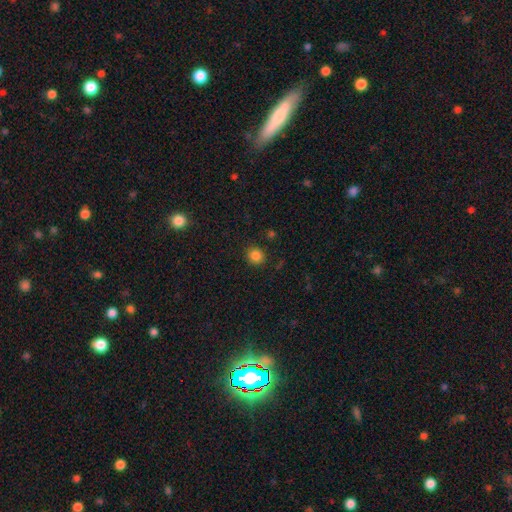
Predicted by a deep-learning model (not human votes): A smooth galaxy with no disk features (84%) that is round (87%).

Vote fractions:
- Smooth or featured? smooth: 84% / star or artifact: 12% / featured or disk: 4%
- How rounded? round: 87% / in between: 12% / cigar-shaped: 1%
- Merging? none: 88% / minor disturbance: 7% / major disturbance: 2% / merger: 2%